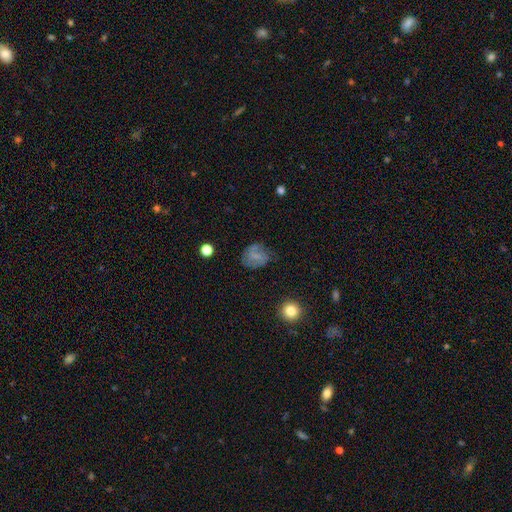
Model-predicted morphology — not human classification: type=smooth (56%); roundness=round (57%); merging=none (58%).